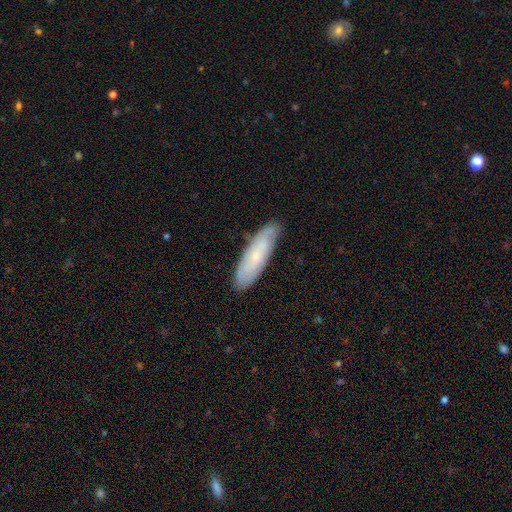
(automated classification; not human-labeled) Overall: smooth (50%; featured or disk 43%). Merging: none (83%).